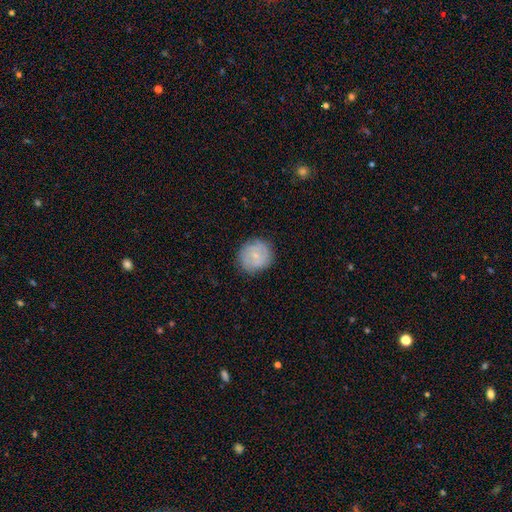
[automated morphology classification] This is possibly a smooth galaxy (57%). How rounded: clearly round (90%). Merging: clearly none (82%).